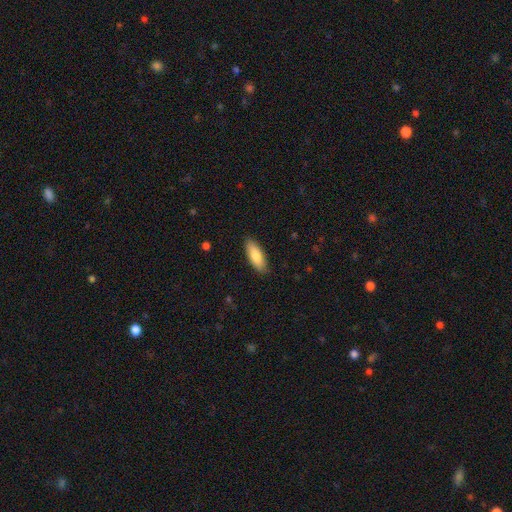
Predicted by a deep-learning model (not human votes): A smooth galaxy with no disk features (82%) that is in between round and cigar-shaped (68%). Merging: none (88%).